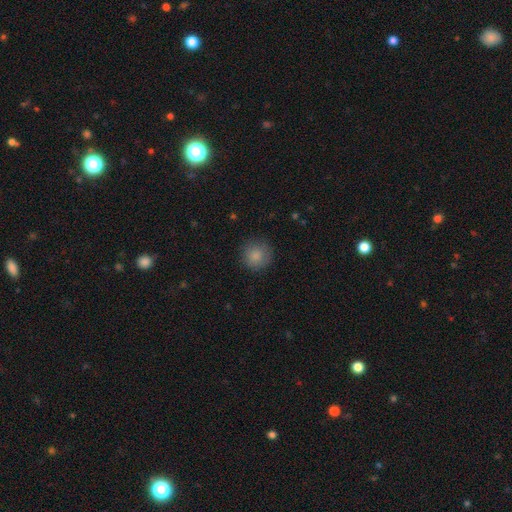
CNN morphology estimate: Smooth or featured: smooth — 85% (star or artifact — 9%)
How rounded: round — 95% (in between — 4%)
Merging: none — 87% (minor disturbance — 9%)